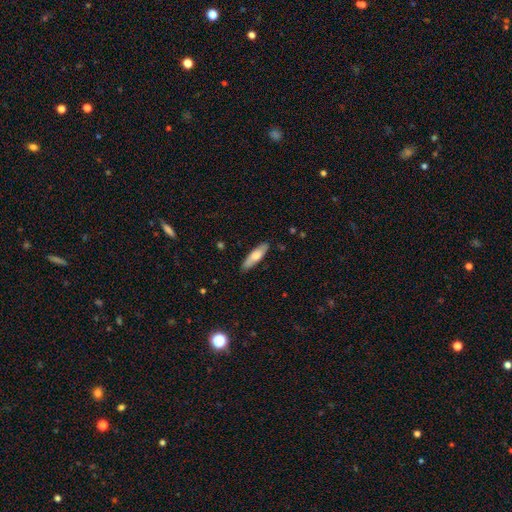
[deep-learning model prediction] Overall: smooth (67%; featured or disk 27%). How rounded: cigar-shaped (61%; in between 37%). Merging: none (86%).